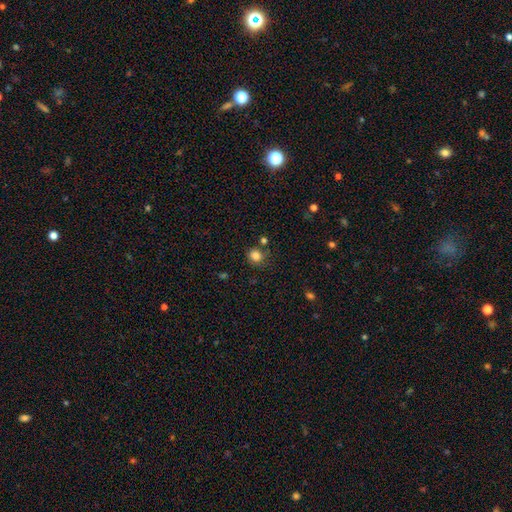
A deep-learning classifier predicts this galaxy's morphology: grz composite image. It shows a smooth galaxy with no disk features (83%) that is round (83%). Merging: none (75%).